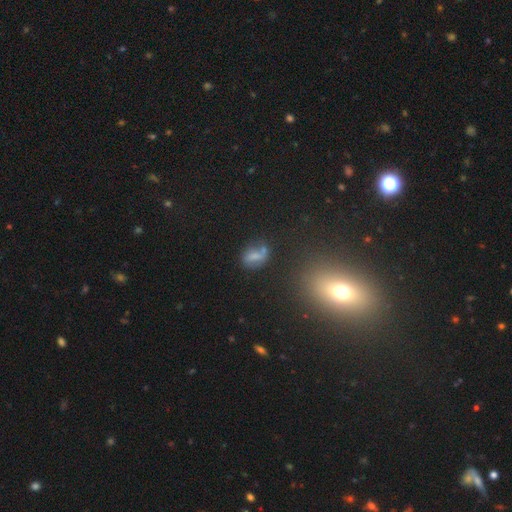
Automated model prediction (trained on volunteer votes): This is possibly a smooth galaxy (55%). How rounded: likely in between (72%). Merging: possibly none (52%).